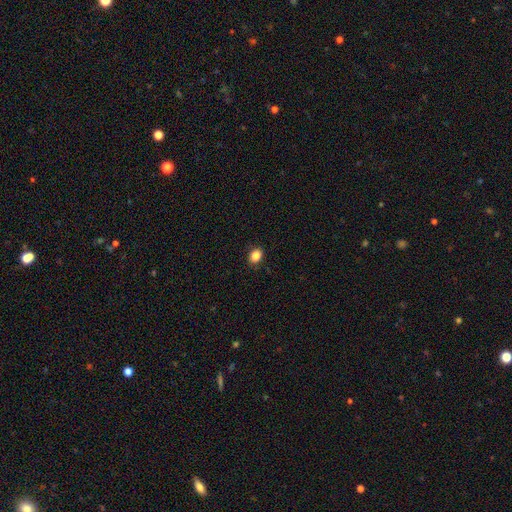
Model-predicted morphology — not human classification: smooth-or-featured: smooth: 87% | star or artifact: 10% | featured or disk: 3%
  how-rounded: in between: 61% | round: 38% | cigar-shaped: 1%
  merging: none: 88% | minor disturbance: 9% | major disturbance: 2% | merger: 1%